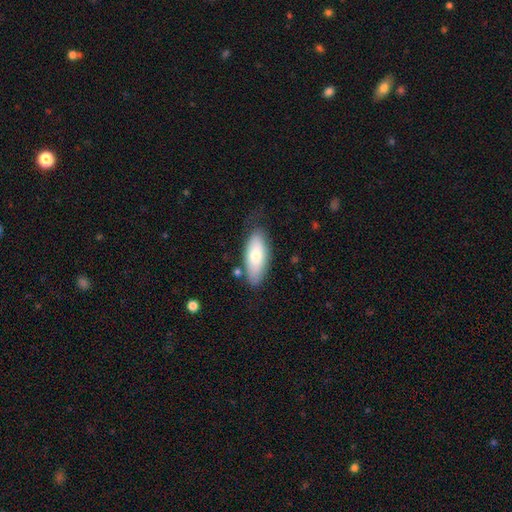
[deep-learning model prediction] Smooth or featured?
  - smooth: 69% *
  - featured or disk: 24%
  - star or artifact: 6%
How rounded?
  - in between: 81% *
  - cigar-shaped: 16%
  - round: 2%
Merging?
  - none: 72% *
  - minor disturbance: 19%
  - major disturbance: 5%
  - merger: 4%